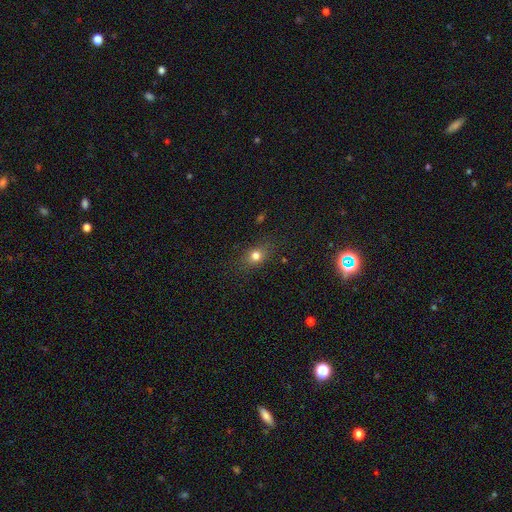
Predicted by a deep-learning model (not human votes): smooth_or_featured: smooth (p=0.75) [alt: star or artifact p=0.15]
how_rounded: round (p=0.49) [alt: in between p=0.47]
merging: none (p=0.80) [alt: minor disturbance p=0.14]